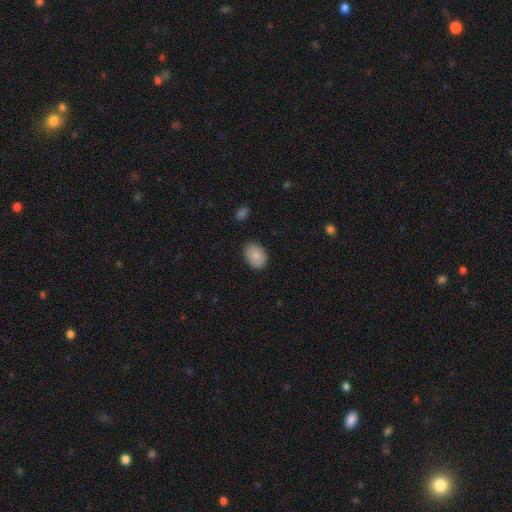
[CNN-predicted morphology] Smooth or featured? Predicted: smooth (p=0.84). How rounded? Predicted: in between (p=0.77). Merging? Predicted: none (p=0.85).